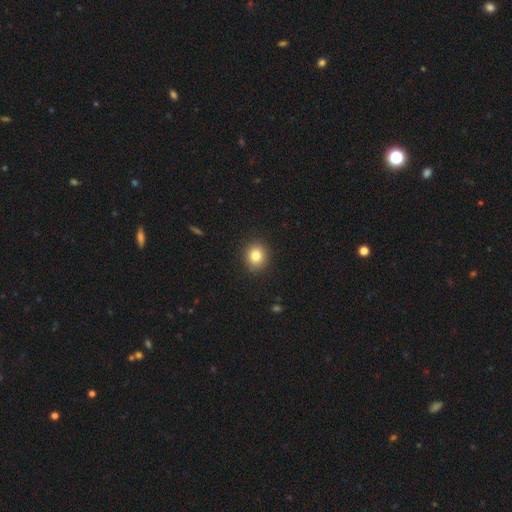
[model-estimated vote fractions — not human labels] Overall: smooth (82%). How rounded: round (79%). Merging: none (91%).